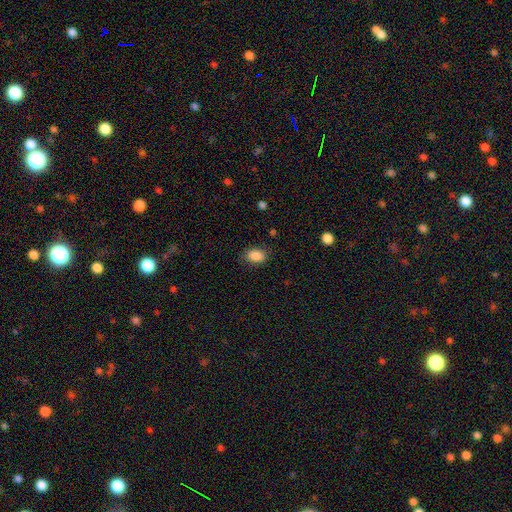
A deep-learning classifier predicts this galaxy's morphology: This appears to be a smooth galaxy with no disk features (87%) that is in between round and cigar-shaped (82%). Merging: none (83%).